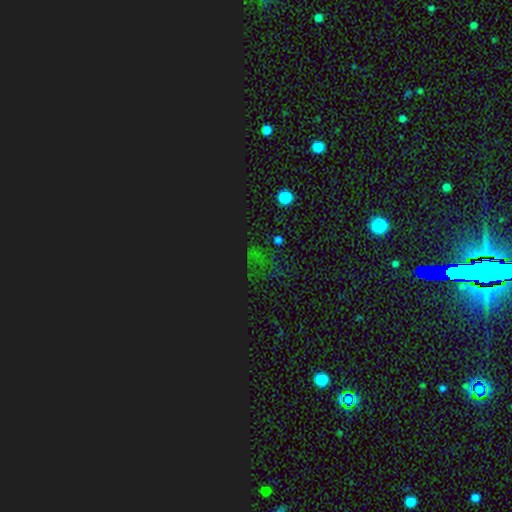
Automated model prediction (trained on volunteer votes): This is likely a star or artifact rather than a galaxy (70%).